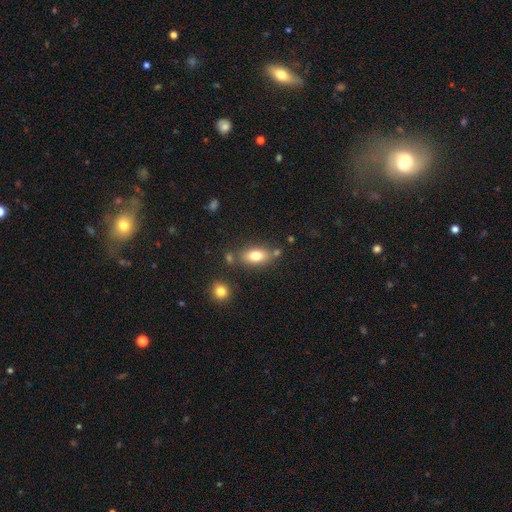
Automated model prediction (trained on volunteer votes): Smooth or featured? smooth (78%)
How rounded? in between (85%)
Merging? none (70%)